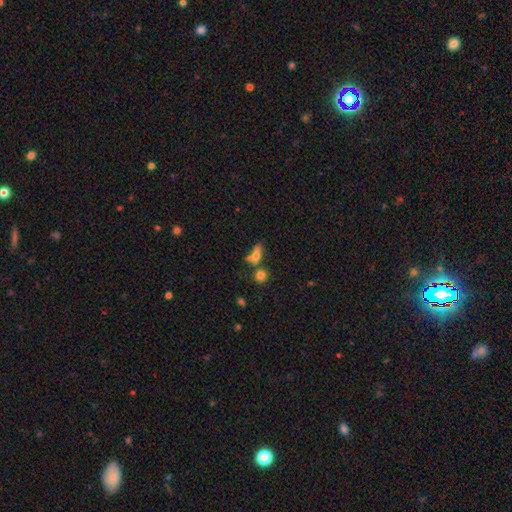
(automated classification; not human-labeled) A smooth galaxy with no disk features (68%) that is in between round and cigar-shaped (64%). Merging: none (40%).